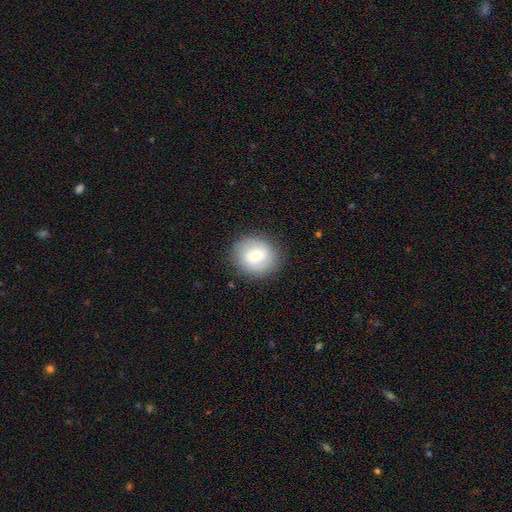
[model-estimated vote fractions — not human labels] Smooth or featured: smooth — 67% (featured or disk — 25%)
How rounded: round — 80% (in between — 19%)
Merging: none — 85% (minor disturbance — 10%)